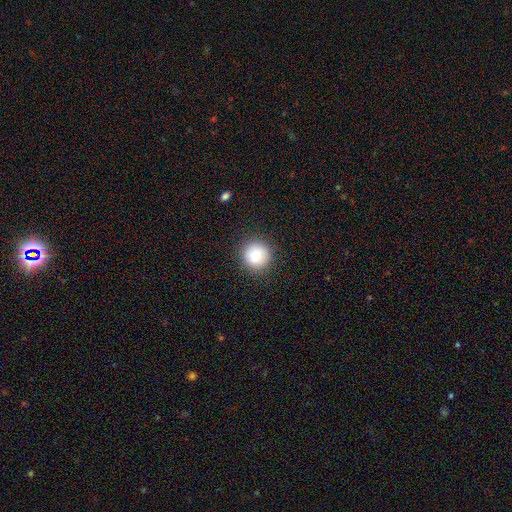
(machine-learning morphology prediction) Q: Smooth or featured?
A: smooth (84%); runner-up: star or artifact (10%)
Q: How rounded?
A: round (94%); runner-up: in between (5%)
Q: Merging?
A: none (89%); runner-up: minor disturbance (7%)